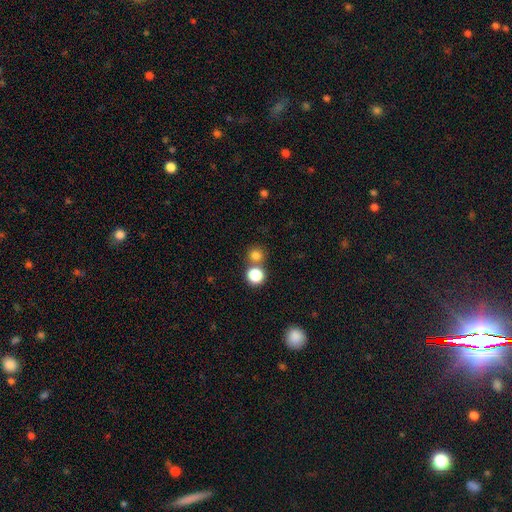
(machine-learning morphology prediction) Smooth or featured?
  - smooth: 78% *
  - star or artifact: 16%
  - featured or disk: 6%
How rounded?
  - round: 90% *
  - in between: 9%
  - cigar-shaped: 1%
Merging?
  - none: 64% *
  - merger: 27%
  - minor disturbance: 6%
  - major disturbance: 3%